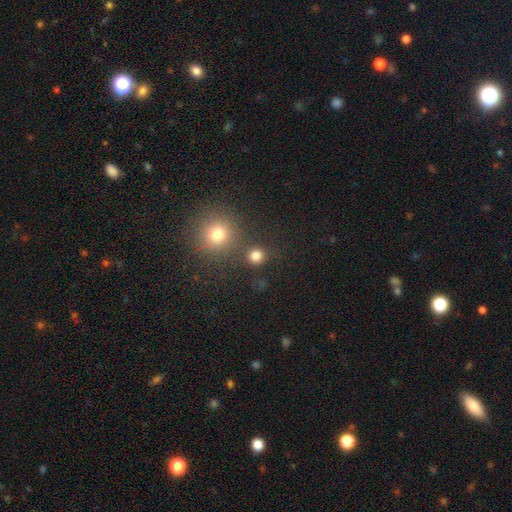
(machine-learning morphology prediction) Smooth or featured? smooth (80%)
How rounded? round (91%)
Merging? none (81%)